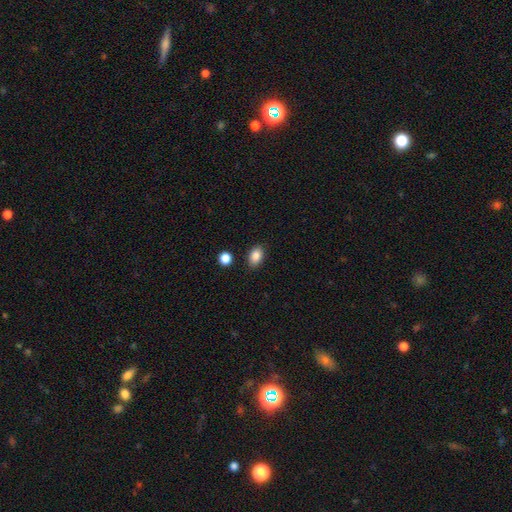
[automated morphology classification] The model was most divided on "how rounded": in between: 80%, round: 18%, cigar-shaped: 1%. More confident: smooth or featured — smooth (87%); merging — none (84%).